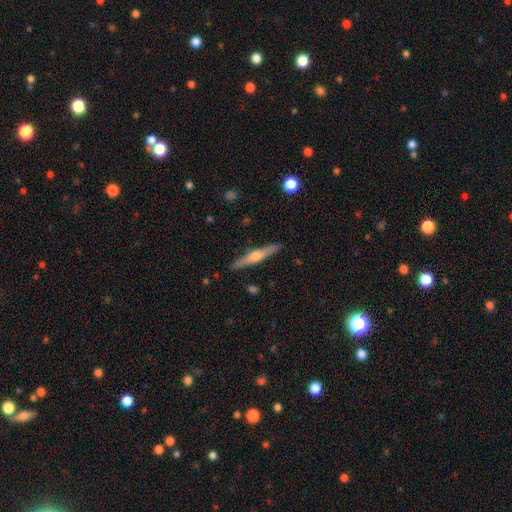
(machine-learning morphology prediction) Q: Smooth or featured?
A: featured or disk (62%); runner-up: smooth (32%)
Q: Edge-on disk?
A: yes (97%); runner-up: no (3%)
Q: Edge-on bulge?
A: rounded (90%); runner-up: none (6%)
Q: Merging?
A: none (91%); runner-up: minor disturbance (7%)